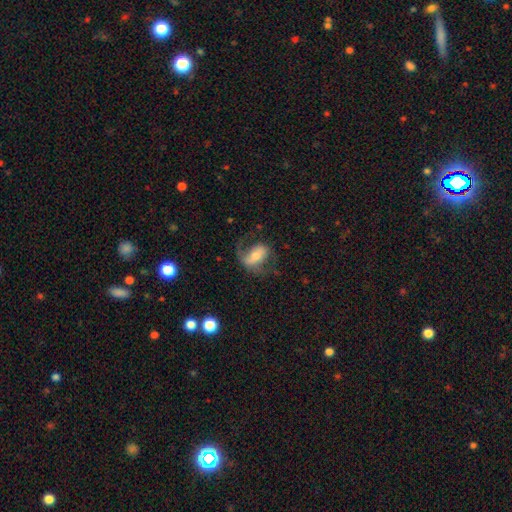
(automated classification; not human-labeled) A featured or disk galaxy (61%) with a strong bar (38%), spiral arms (80%) and a moderate central bulge (54%). Merging: none (53%).